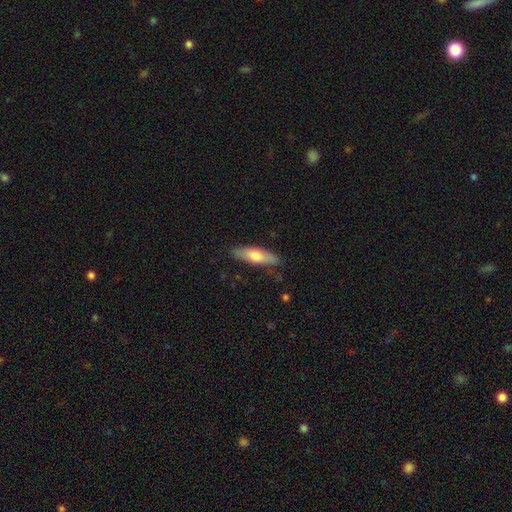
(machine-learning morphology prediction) smooth 66%, featured or disk 29%, star or artifact 6%. Down the decision tree: how rounded — cigar-shaped (54%); merging — none (84%).